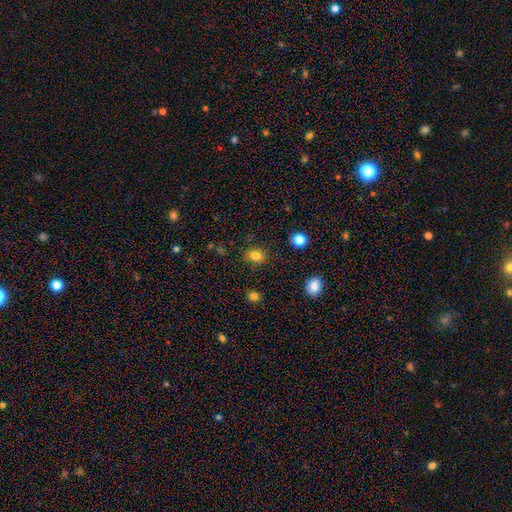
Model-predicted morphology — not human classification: type=smooth (81%); roundness=round (68%); merging=none (86%).